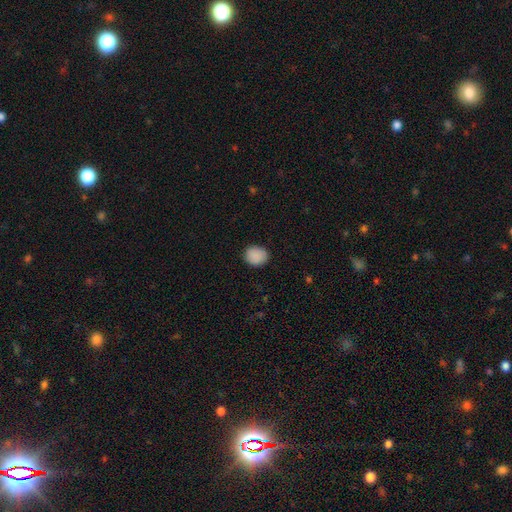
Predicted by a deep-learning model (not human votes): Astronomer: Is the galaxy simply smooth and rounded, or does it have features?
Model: smooth — 89%.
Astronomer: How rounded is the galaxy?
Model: round — 67%.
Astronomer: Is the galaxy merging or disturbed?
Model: none — 86%.